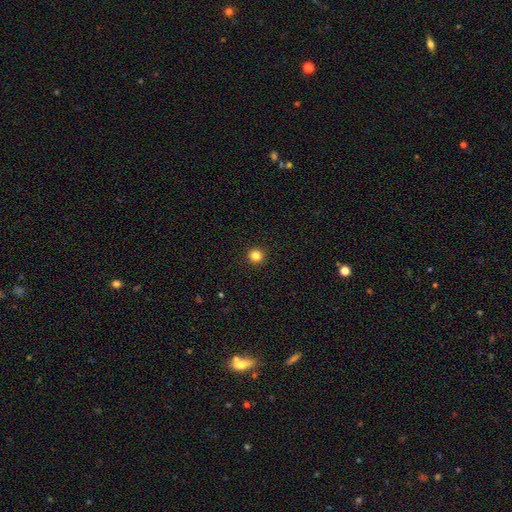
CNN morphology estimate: A smooth galaxy with no disk features (84%) that is round (95%).

Vote fractions:
- Smooth or featured? smooth: 84% / star or artifact: 12% / featured or disk: 4%
- How rounded? round: 95% / in between: 4% / cigar-shaped: 1%
- Merging? none: 94% / minor disturbance: 4% / major disturbance: 1% / merger: 1%